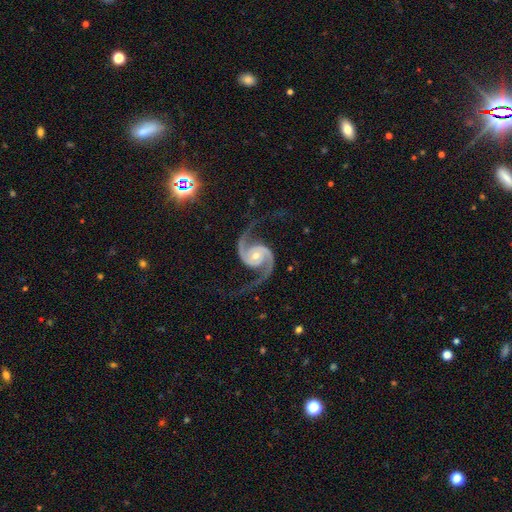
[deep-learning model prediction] Overall: featured or disk (94%). Edge-on disk: no (98%). Bar: no (67%). Spiral arms: yes (99%). Spiral arm count: 2 (95%). Spiral winding: medium (54%; loose 34%). Bulge size: moderate (52%; small 43%). Merging: none (75%).